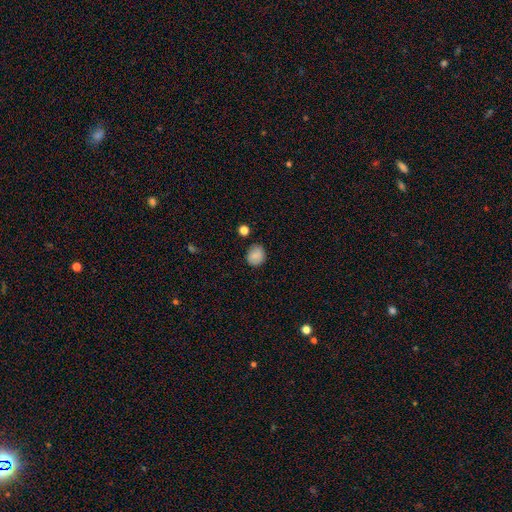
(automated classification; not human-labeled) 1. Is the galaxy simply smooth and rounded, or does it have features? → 85% smooth, 9% star or artifact, 6% featured or disk.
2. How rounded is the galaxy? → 75% round, 24% in between, 1% cigar-shaped.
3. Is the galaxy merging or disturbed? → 82% none, 13% minor disturbance, 3% major disturbance, 2% merger.